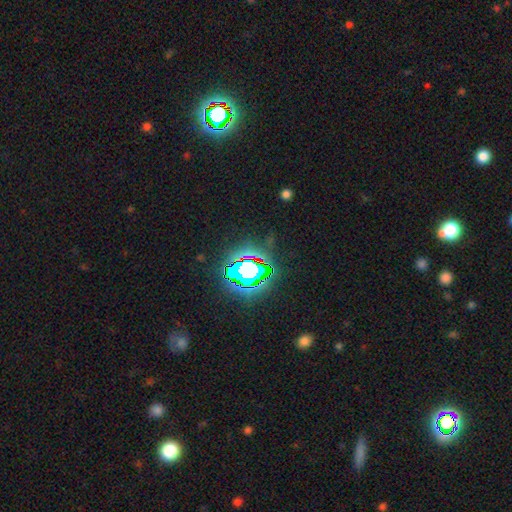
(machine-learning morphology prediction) Smooth or featured: star or artifact — 83% (smooth — 11%)